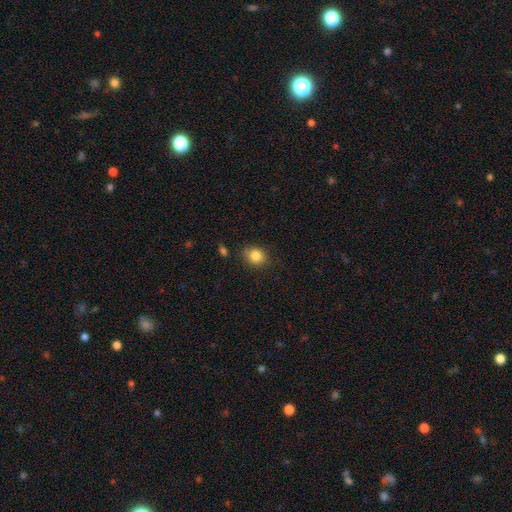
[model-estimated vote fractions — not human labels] Smooth or featured?
  - smooth: 84% *
  - star or artifact: 10%
  - featured or disk: 6%
How rounded?
  - round: 61% *
  - in between: 38%
  - cigar-shaped: 1%
Merging?
  - none: 80% *
  - minor disturbance: 15%
  - major disturbance: 3%
  - merger: 2%